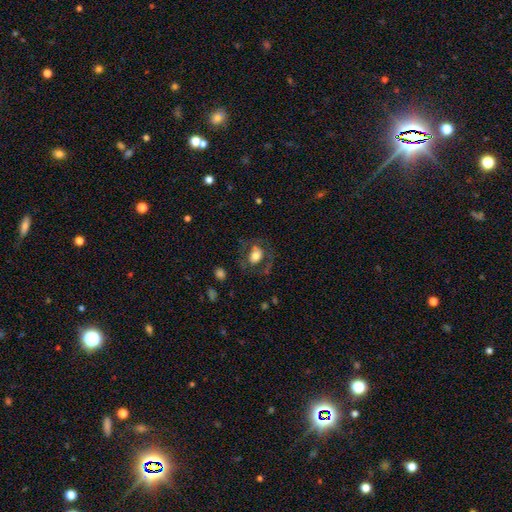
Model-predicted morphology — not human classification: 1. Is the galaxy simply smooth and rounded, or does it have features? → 57% smooth, 34% featured or disk, 9% star or artifact.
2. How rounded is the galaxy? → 65% in between, 33% round, 1% cigar-shaped.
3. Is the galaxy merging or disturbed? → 66% none, 16% major disturbance, 16% minor disturbance, 2% merger.